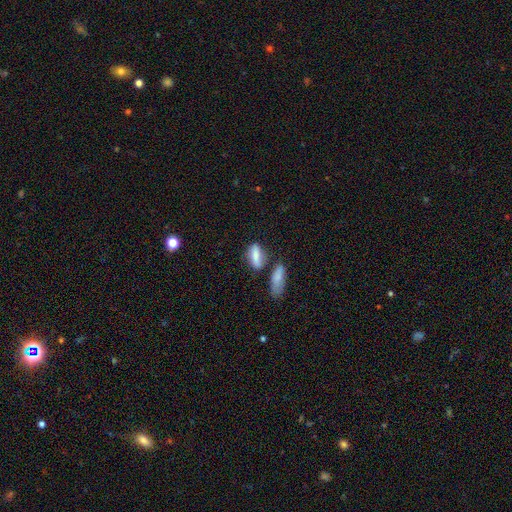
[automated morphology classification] smooth_or_featured: smooth (p=0.72) [alt: featured or disk p=0.20]
how_rounded: in between (p=0.70) [alt: cigar-shaped p=0.25]
merging: none (p=0.56) [alt: minor disturbance p=0.19]